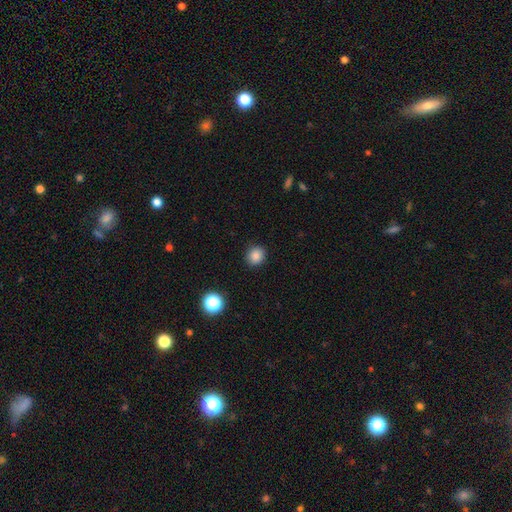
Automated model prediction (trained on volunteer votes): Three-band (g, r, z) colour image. It shows a smooth galaxy with no disk features (85%) that is round (83%). Merging: none (91%).